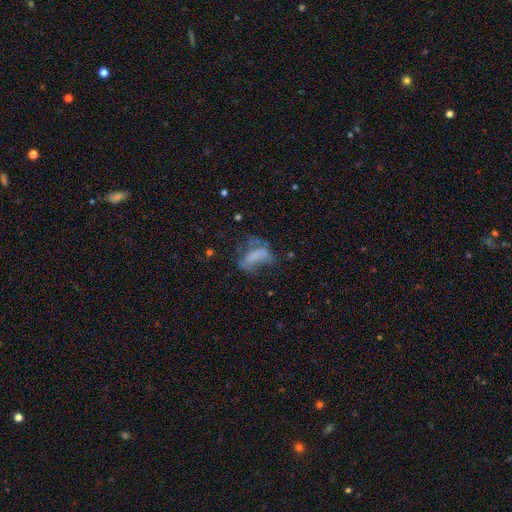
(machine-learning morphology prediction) type=featured or disk (43%); merging=major disturbance (43%).